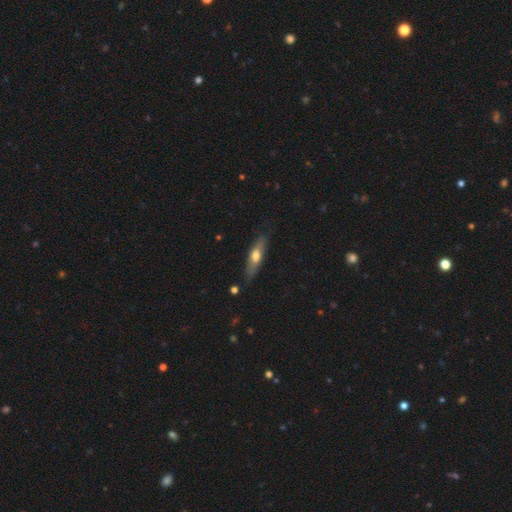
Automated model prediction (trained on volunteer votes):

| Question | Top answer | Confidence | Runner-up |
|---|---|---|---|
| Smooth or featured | smooth | 52% | featured or disk (42%) |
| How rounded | cigar-shaped | 66% | in between (32%) |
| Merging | none | 81% | minor disturbance (15%) |